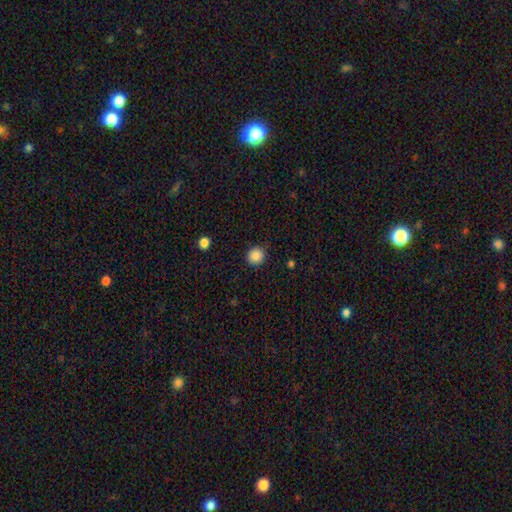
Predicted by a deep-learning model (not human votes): The model was most divided on "smooth or featured": smooth: 88%, star or artifact: 9%, featured or disk: 3%. More confident: how rounded — round (91%); merging — none (90%).